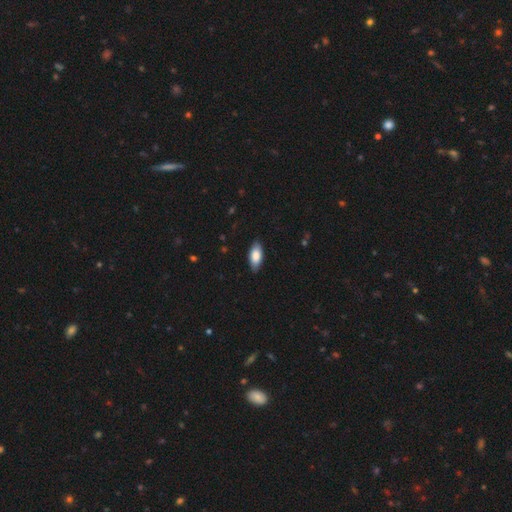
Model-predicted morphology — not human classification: Q: Smooth or featured?
A: smooth (83%); runner-up: featured or disk (11%)
Q: How rounded?
A: in between (89%); runner-up: cigar-shaped (9%)
Q: Merging?
A: none (86%); runner-up: minor disturbance (11%)